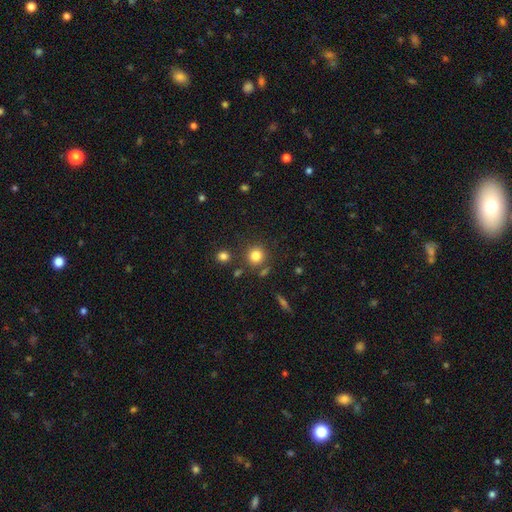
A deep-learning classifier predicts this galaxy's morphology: Smooth or featured?
  - smooth: 81% *
  - star or artifact: 13%
  - featured or disk: 6%
How rounded?
  - round: 91% *
  - in between: 8%
  - cigar-shaped: 1%
Merging?
  - none: 81% *
  - minor disturbance: 8%
  - merger: 8%
  - major disturbance: 3%